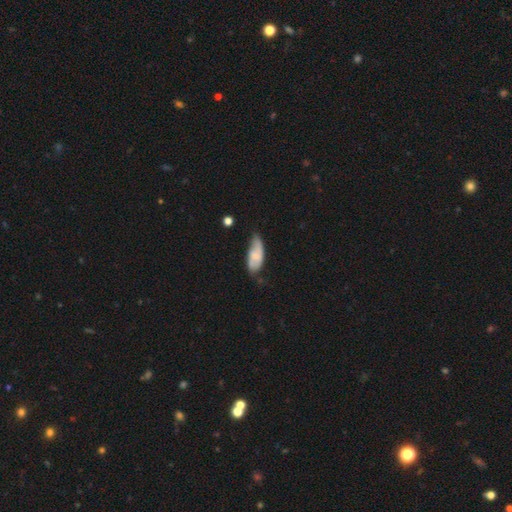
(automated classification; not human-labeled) This appears to be a smooth galaxy with no disk features (61%) that is in between round and cigar-shaped (82%). Merging: none (47%).